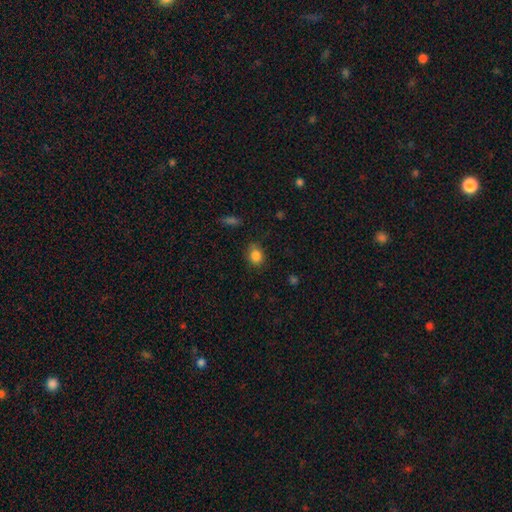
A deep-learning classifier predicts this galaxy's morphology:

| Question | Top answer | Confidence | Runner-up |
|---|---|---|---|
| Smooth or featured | smooth | 85% | star or artifact (10%) |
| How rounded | round | 56% | in between (43%) |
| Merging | none | 77% | minor disturbance (18%) |